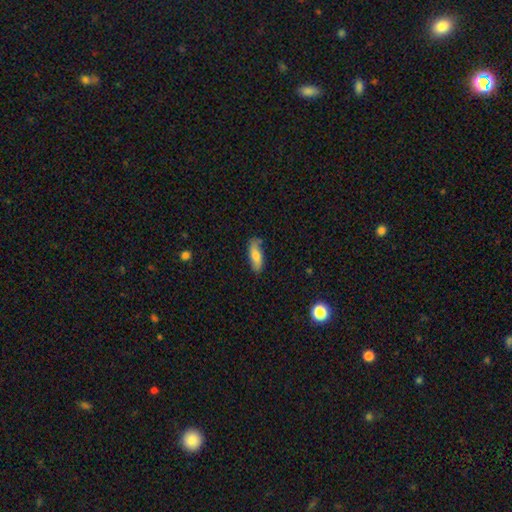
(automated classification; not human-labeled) A smooth galaxy with no disk features (74%) that is in between round and cigar-shaped (66%). Merging: none (78%).